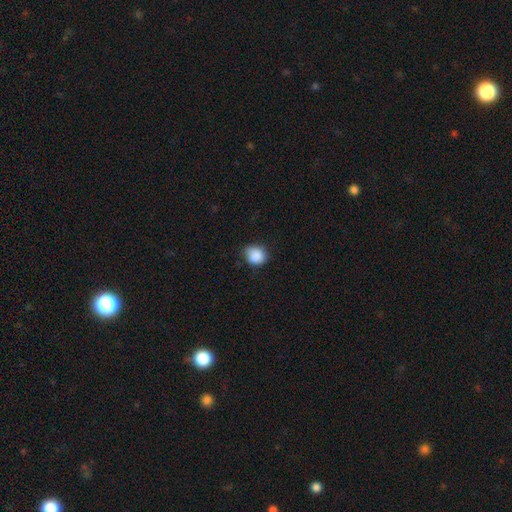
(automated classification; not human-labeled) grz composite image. It shows a smooth galaxy with no disk features (88%) that is round (66%). Merging: none (72%).